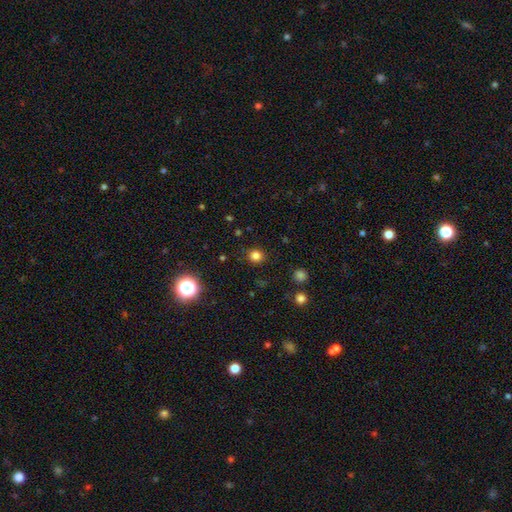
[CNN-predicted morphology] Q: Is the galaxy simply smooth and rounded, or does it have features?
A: smooth — 80%.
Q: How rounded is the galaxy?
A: round — 88%.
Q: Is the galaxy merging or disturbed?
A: none — 89%.